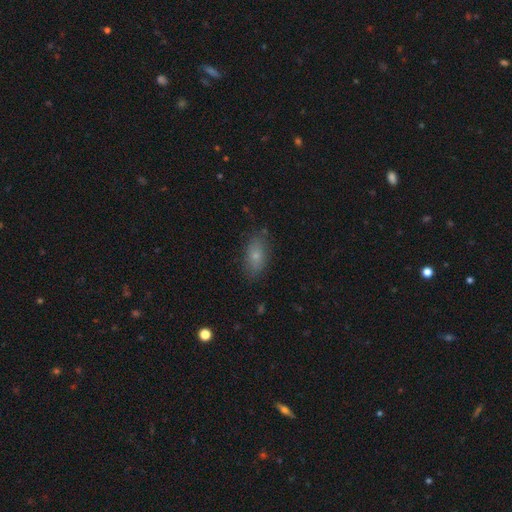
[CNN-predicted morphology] Smooth or featured? smooth (75%)
How rounded? in between (88%)
Merging? none (80%)